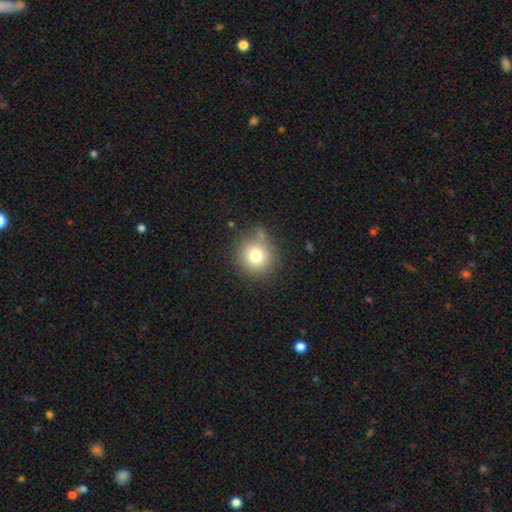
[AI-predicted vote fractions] smooth-or-featured: smooth: 76% | star or artifact: 13% | featured or disk: 11%
  how-rounded: round: 91% | in between: 8% | cigar-shaped: 1%
  merging: none: 75% | minor disturbance: 14% | merger: 5% | major disturbance: 5%